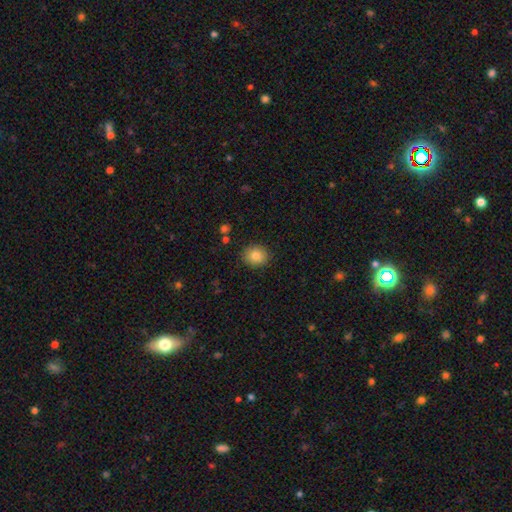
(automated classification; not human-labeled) Morphology: type=smooth (84%); roundness=round (70%); merging=none (89%).